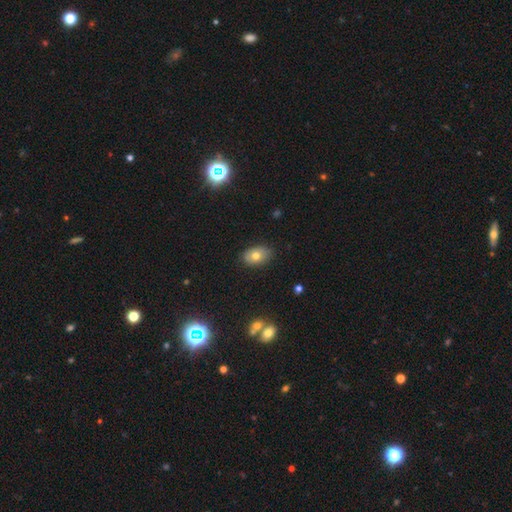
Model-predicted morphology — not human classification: A smooth galaxy with no disk features (73%) that is in between round and cigar-shaped (86%). Merging: none (83%).